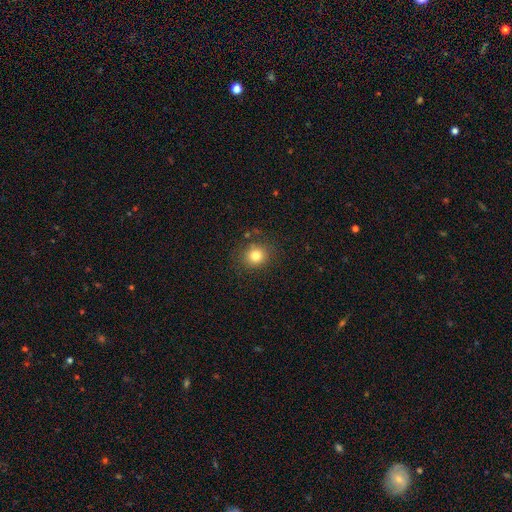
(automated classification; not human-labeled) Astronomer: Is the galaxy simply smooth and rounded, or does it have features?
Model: smooth — 80%.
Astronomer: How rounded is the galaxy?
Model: round — 83%.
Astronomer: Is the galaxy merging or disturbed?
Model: none — 84%.